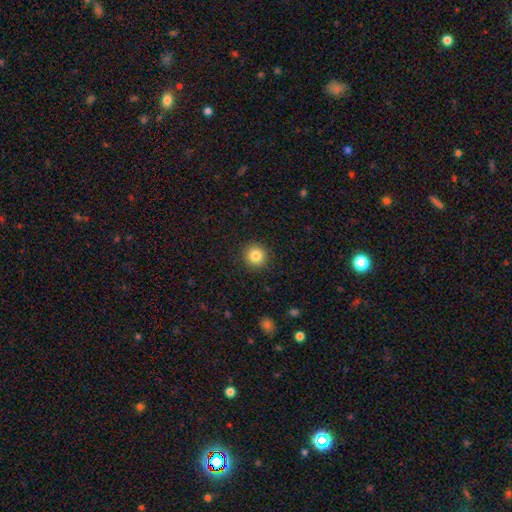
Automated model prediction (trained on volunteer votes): Smooth or featured? smooth (84%)
How rounded? round (93%)
Merging? none (92%)